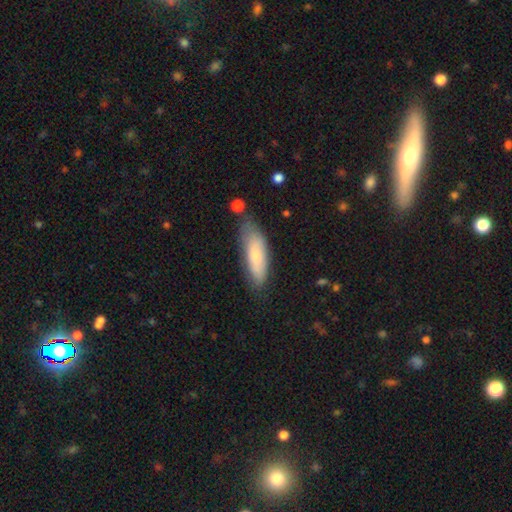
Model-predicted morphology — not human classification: smooth 70%, featured or disk 24%, star or artifact 6%. Down the decision tree: how rounded — in between (54%); merging — none (69%).